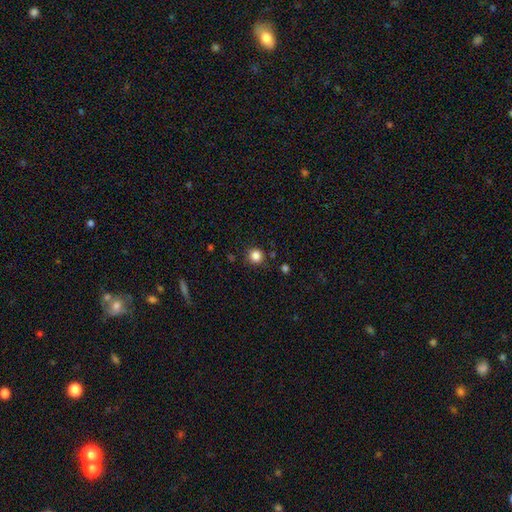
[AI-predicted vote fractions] A smooth galaxy with no disk features (84%) that is round (93%).

Vote fractions:
- Smooth or featured? smooth: 84% / star or artifact: 12% / featured or disk: 4%
- How rounded? round: 93% / in between: 6% / cigar-shaped: 1%
- Merging? none: 88% / minor disturbance: 7% / major disturbance: 2% / merger: 2%